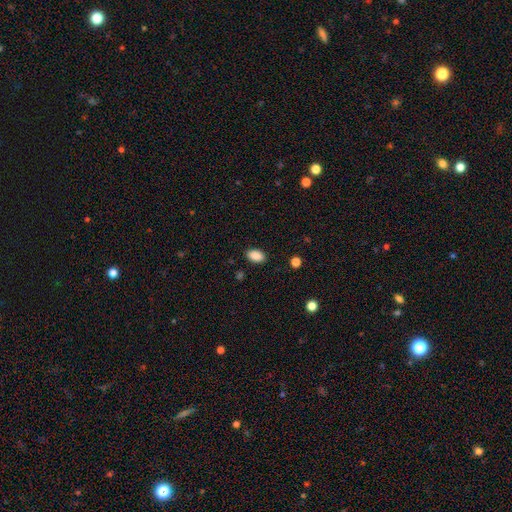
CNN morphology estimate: This is clearly a smooth galaxy (89%). How rounded: clearly in between (91%). Merging: clearly none (88%).